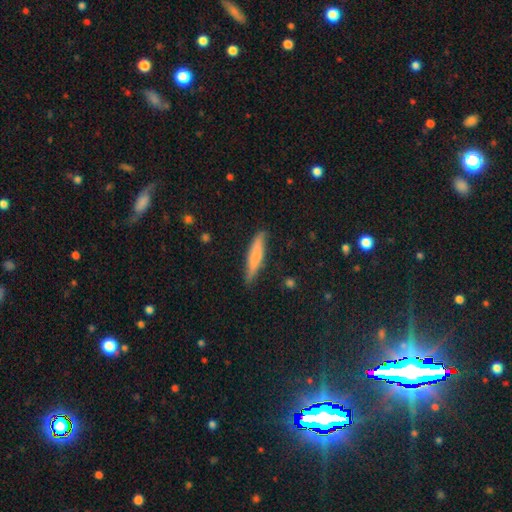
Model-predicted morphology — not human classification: This appears to be a smooth galaxy with no disk features (67%) that is cigar-shaped (88%). Merging: none (81%).